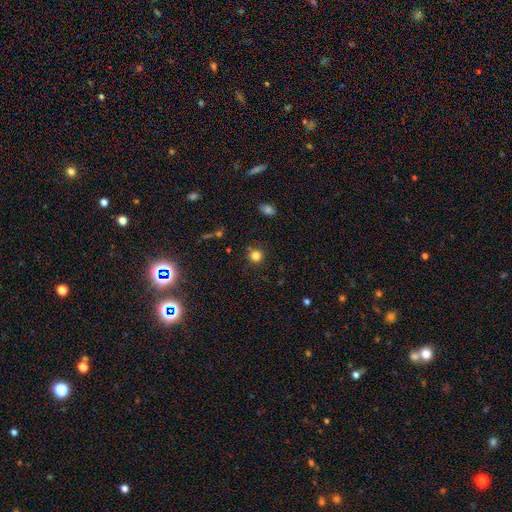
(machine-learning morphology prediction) A smooth galaxy with no disk features (82%) that is round (91%).

Vote fractions:
- Smooth or featured? smooth: 82% / star or artifact: 13% / featured or disk: 5%
- How rounded? round: 91% / in between: 8% / cigar-shaped: 1%
- Merging? none: 82% / minor disturbance: 11% / major disturbance: 3% / merger: 3%